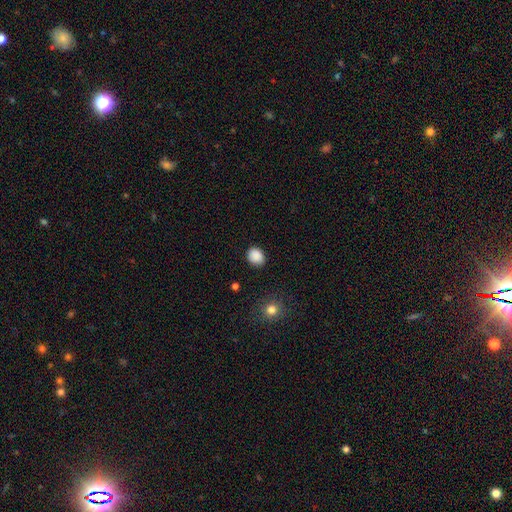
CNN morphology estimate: The model was most divided on "how rounded": round: 62%, in between: 37%, cigar-shaped: 1%. More confident: smooth or featured — smooth (88%); merging — none (87%).